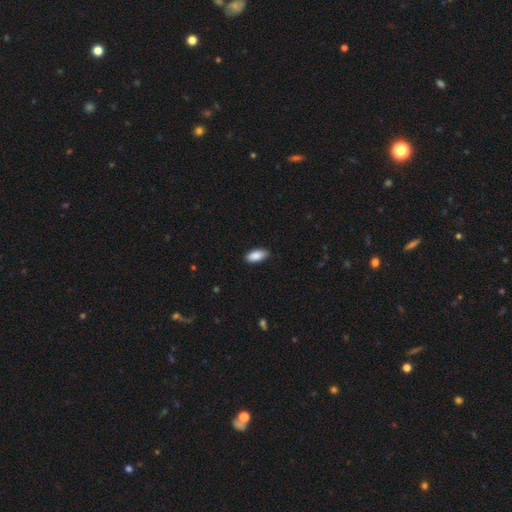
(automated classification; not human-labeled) A smooth galaxy with no disk features (89%) that is in between round and cigar-shaped (90%).

Vote fractions:
- Smooth or featured? smooth: 89% / star or artifact: 6% / featured or disk: 5%
- How rounded? in between: 90% / cigar-shaped: 7% / round: 2%
- Merging? none: 83% / minor disturbance: 14% / major disturbance: 2% / merger: 1%